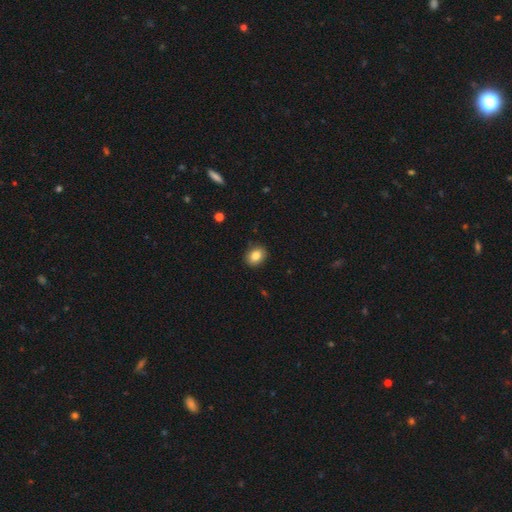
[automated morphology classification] The model was most divided on "how rounded": round: 51%, in between: 48%, cigar-shaped: 1%. More confident: merging — none (89%); smooth or featured — smooth (84%).